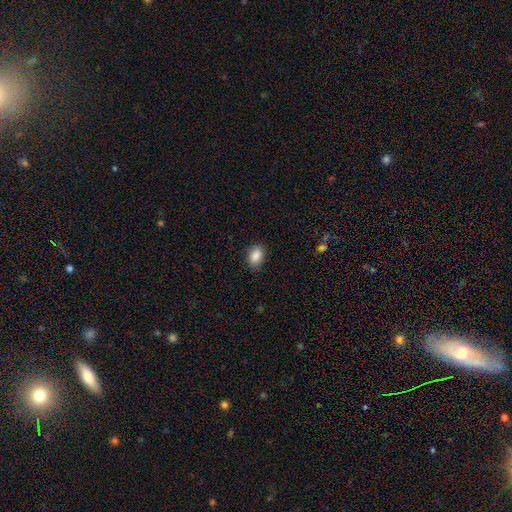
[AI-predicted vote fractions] Overall: smooth (88%). How rounded: in between (83%). Merging: none (85%).